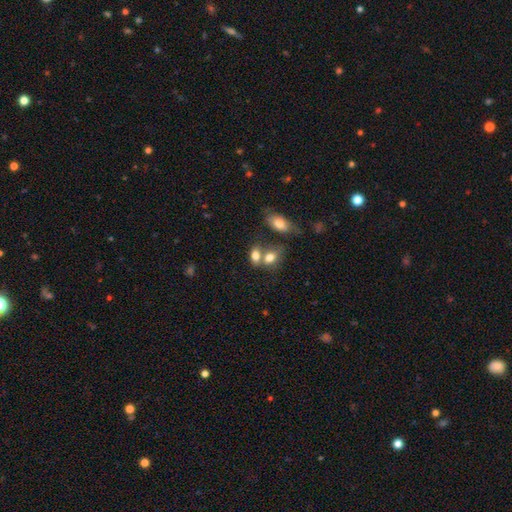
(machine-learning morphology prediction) smooth_or_featured: smooth (p=0.78) [alt: featured or disk p=0.13]
how_rounded: in between (p=0.81) [alt: round p=0.16]
merging: merger (p=0.53) [alt: none p=0.33]